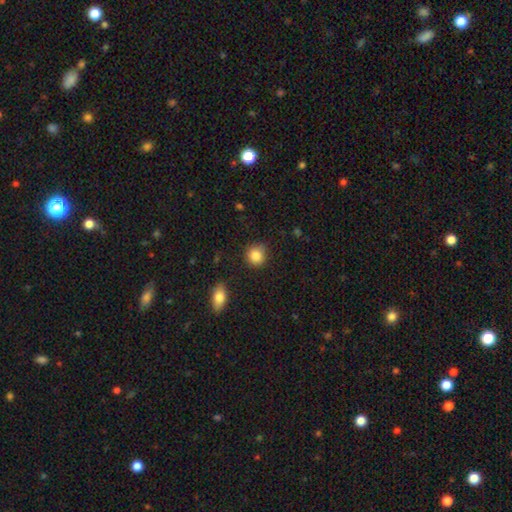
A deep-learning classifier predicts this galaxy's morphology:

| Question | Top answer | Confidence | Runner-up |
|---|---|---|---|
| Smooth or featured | smooth | 86% | star or artifact (9%) |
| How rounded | round | 86% | in between (13%) |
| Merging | none | 80% | minor disturbance (15%) |